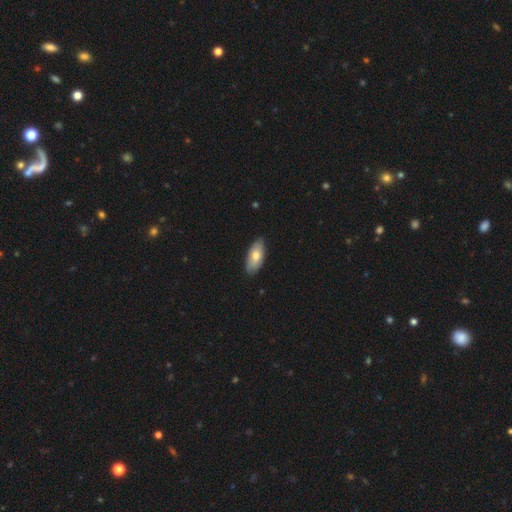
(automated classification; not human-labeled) Q: Smooth or featured?
A: smooth (72%); runner-up: featured or disk (23%)
Q: How rounded?
A: in between (88%); runner-up: cigar-shaped (10%)
Q: Merging?
A: none (83%); runner-up: minor disturbance (14%)